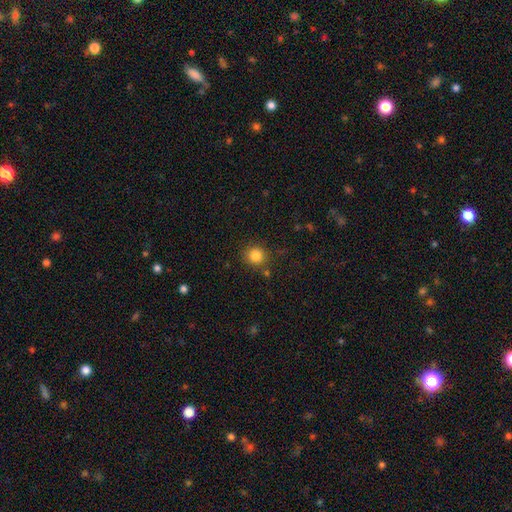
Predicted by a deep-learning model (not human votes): Smooth or featured: smooth — 84% (star or artifact — 11%)
How rounded: round — 88% (in between — 11%)
Merging: none — 83% (minor disturbance — 10%)